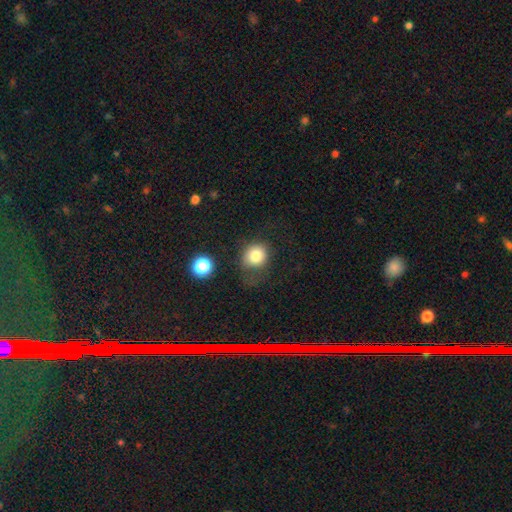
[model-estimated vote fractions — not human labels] Smooth or featured? Predicted: smooth (p=0.79). How rounded? Predicted: round (p=0.75). Merging? Predicted: none (p=0.53).